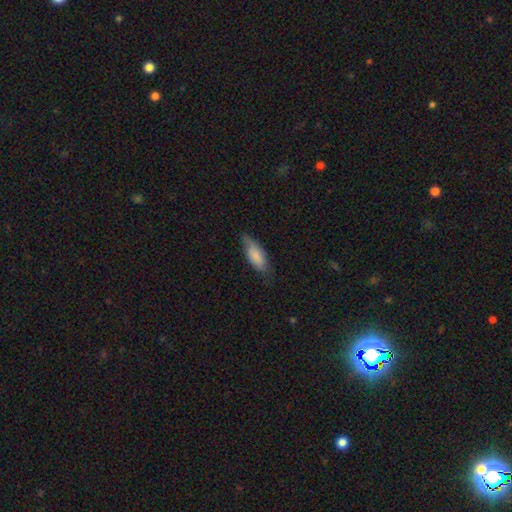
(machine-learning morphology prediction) Smooth or featured?
  - smooth: 80% *
  - featured or disk: 14%
  - star or artifact: 6%
How rounded?
  - in between: 72% *
  - cigar-shaped: 27%
  - round: 2%
Merging?
  - none: 67% *
  - minor disturbance: 27%
  - major disturbance: 5%
  - merger: 1%